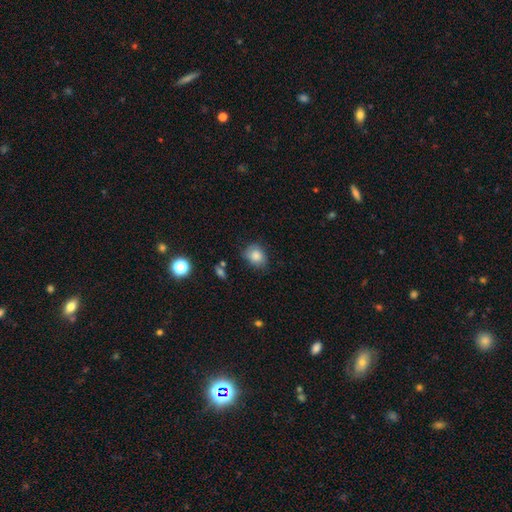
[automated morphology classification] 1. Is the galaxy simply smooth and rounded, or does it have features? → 83% smooth, 9% star or artifact, 8% featured or disk.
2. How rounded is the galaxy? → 53% in between, 46% round, 1% cigar-shaped.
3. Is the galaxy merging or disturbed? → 68% none, 25% minor disturbance, 5% major disturbance, 2% merger.